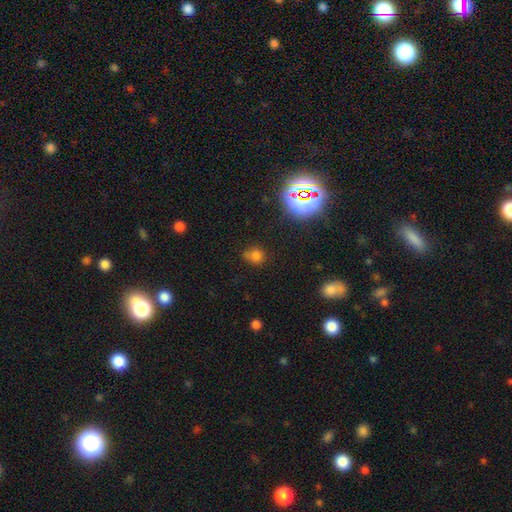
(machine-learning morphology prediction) A smooth galaxy with no disk features (68%) that is round (76%). Merging: none (60%).